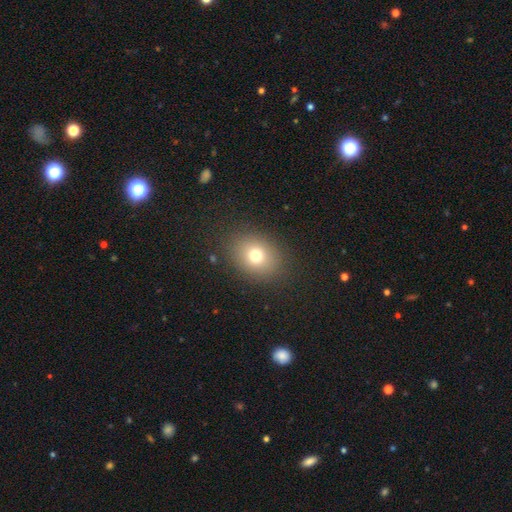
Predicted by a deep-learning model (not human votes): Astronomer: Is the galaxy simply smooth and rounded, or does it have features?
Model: smooth — 74%.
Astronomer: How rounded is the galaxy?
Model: in between — 51% (runner-up: round, 48%).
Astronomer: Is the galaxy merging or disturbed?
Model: none — 86%.